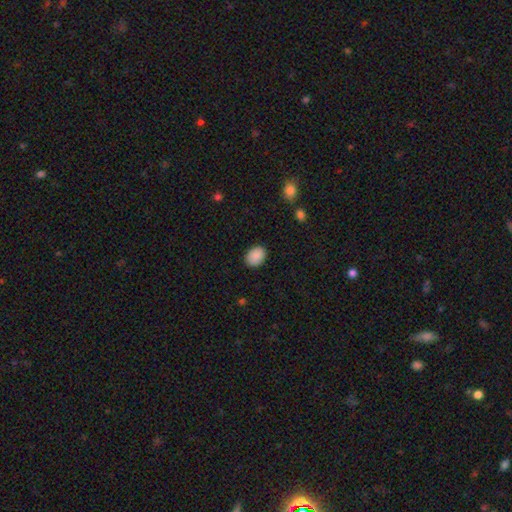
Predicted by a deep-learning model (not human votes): A smooth galaxy with no disk features (90%) that is in between round and cigar-shaped (69%). Merging: none (88%).